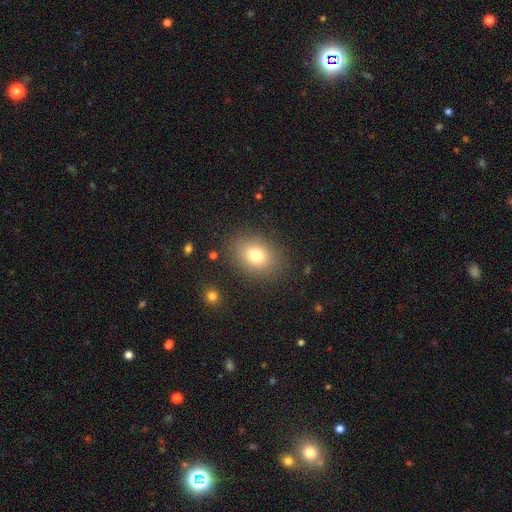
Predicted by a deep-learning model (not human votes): Smooth or featured? Predicted: smooth (p=0.76). How rounded? Predicted: in between (p=0.60). Merging? Predicted: none (p=0.84).